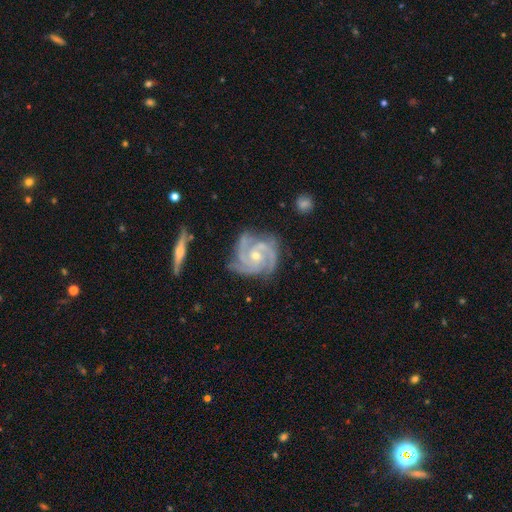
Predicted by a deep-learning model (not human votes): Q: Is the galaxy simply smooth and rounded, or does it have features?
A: featured or disk — 92%.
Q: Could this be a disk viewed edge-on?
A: no — 98%.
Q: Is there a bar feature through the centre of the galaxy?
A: no — 70%.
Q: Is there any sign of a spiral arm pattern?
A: yes — 99%.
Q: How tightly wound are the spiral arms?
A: tight — 63%.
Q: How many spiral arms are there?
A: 3 — 61%.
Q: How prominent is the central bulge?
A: small — 52%.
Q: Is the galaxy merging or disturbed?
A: none — 73%.